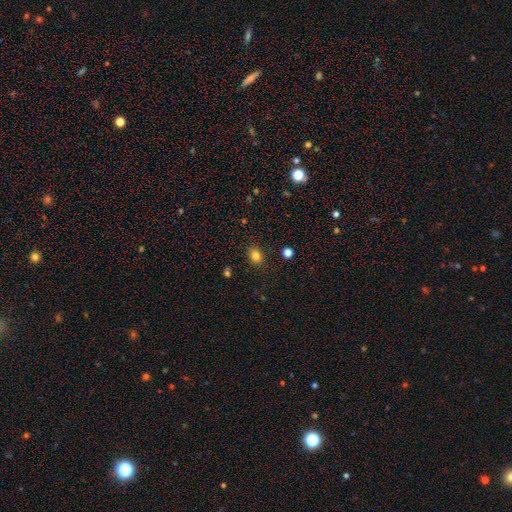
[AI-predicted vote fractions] Overall: smooth (81%). How rounded: in between (61%; round 38%). Merging: none (87%).